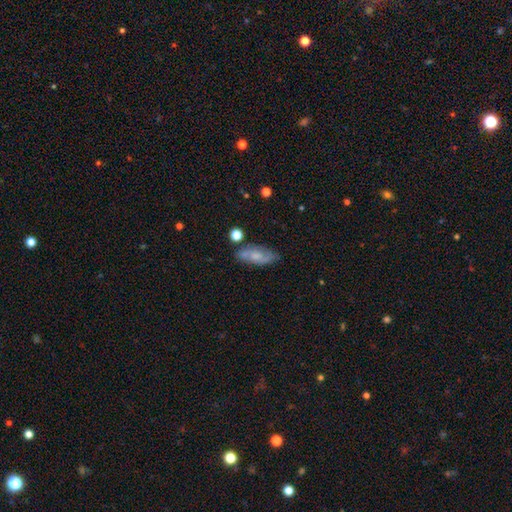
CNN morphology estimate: A featured or disk galaxy (47%). Merging: none (69%).